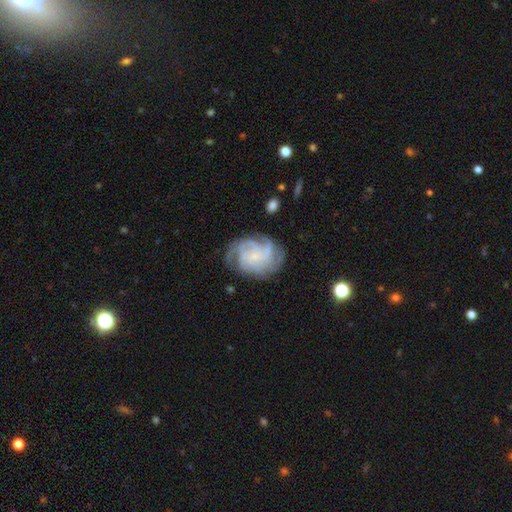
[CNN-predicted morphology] featured or disk 82%, smooth 11%, star or artifact 7%. Down the decision tree: edge-on disk — no (98%); bar — no (73%); spiral arms — yes (96%); spiral arm count — 4 (26%, tied with can't tell); spiral winding — tight (59%); bulge size — small (75%); merging — none (68%).